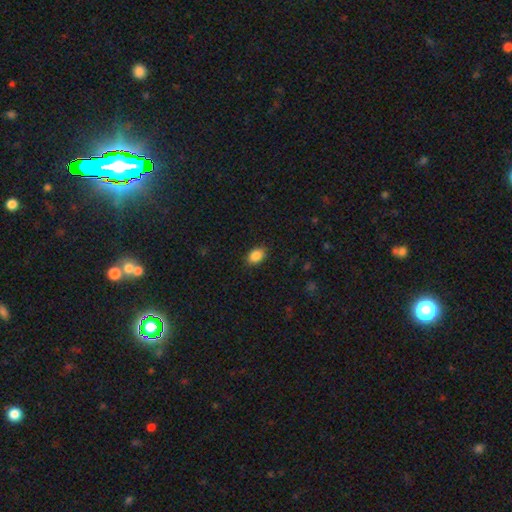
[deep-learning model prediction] smooth_or_featured: smooth (p=0.88) [alt: star or artifact p=0.09]
how_rounded: in between (p=0.81) [alt: round p=0.18]
merging: none (p=0.87) [alt: minor disturbance p=0.09]